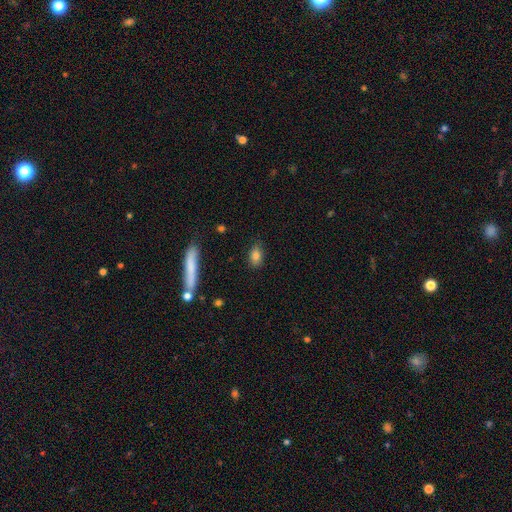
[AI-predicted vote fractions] Morphology: type=smooth (82%); roundness=in between (81%); merging=none (81%).